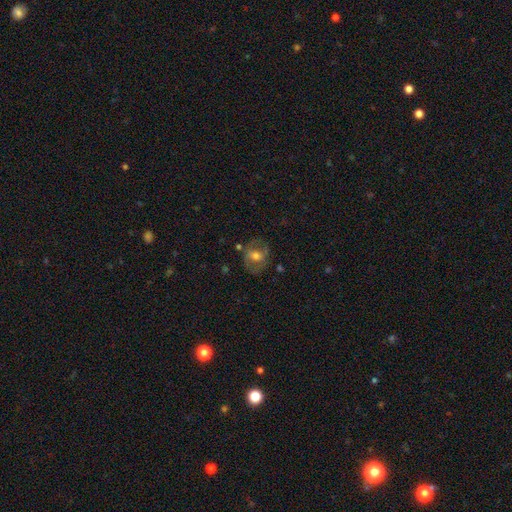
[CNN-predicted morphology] Smooth or featured?
  - featured or disk: 48% *
  - smooth: 44%
  - star or artifact: 8%
Merging?
  - none: 67% *
  - minor disturbance: 19%
  - major disturbance: 10%
  - merger: 3%